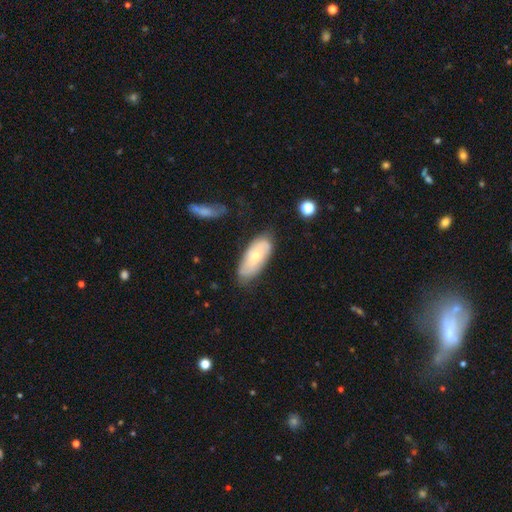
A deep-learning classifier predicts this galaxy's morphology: This is possibly a smooth galaxy (54%). How rounded: clearly in between (86%). Merging: likely none (68%).